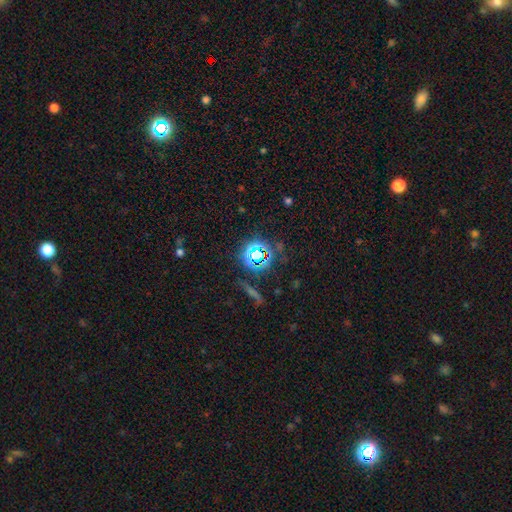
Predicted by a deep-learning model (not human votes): A star or artifact, not a galaxy (66%).